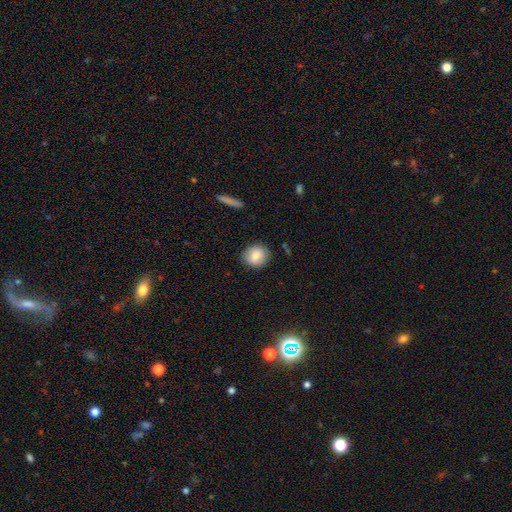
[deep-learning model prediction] A smooth galaxy with no disk features (84%) that is round (77%).

Vote fractions:
- Smooth or featured? smooth: 84% / featured or disk: 9% / star or artifact: 8%
- How rounded? round: 77% / in between: 22% / cigar-shaped: 1%
- Merging? none: 87% / minor disturbance: 9% / major disturbance: 2% / merger: 1%